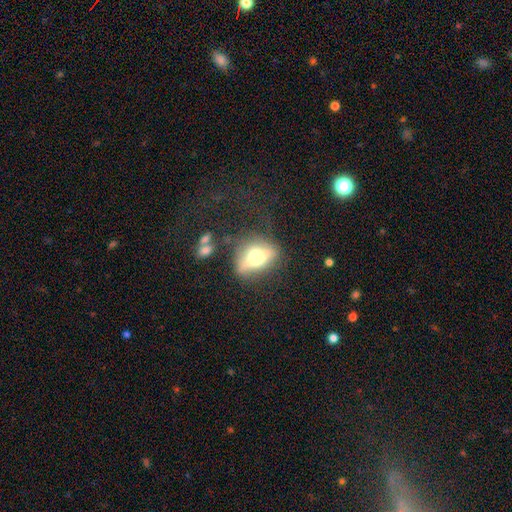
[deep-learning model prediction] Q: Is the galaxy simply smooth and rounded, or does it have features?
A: featured or disk — 47%.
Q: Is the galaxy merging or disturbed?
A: none — 57%.